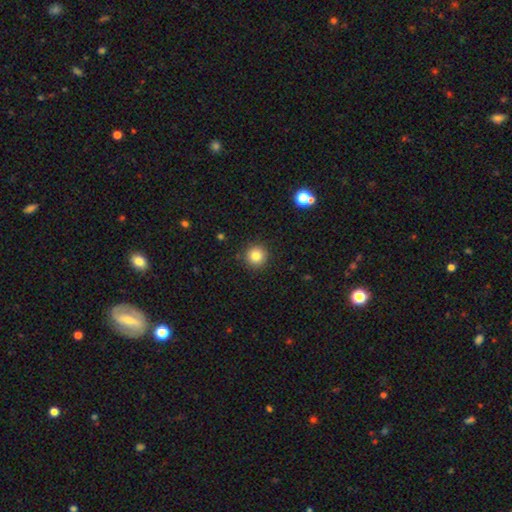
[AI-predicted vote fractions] smooth_or_featured: smooth (p=0.83) [alt: star or artifact p=0.11]
how_rounded: round (p=0.95) [alt: in between p=0.04]
merging: none (p=0.91) [alt: minor disturbance p=0.06]